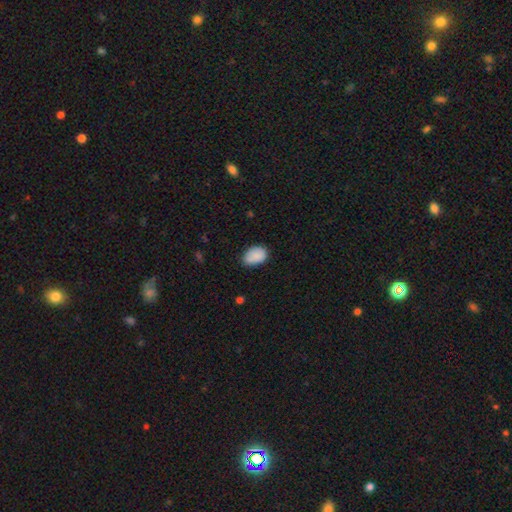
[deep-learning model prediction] smooth_or_featured: smooth (p=0.86) [alt: star or artifact p=0.07]
how_rounded: in between (p=0.85) [alt: round p=0.13]
merging: none (p=0.66) [alt: minor disturbance p=0.28]